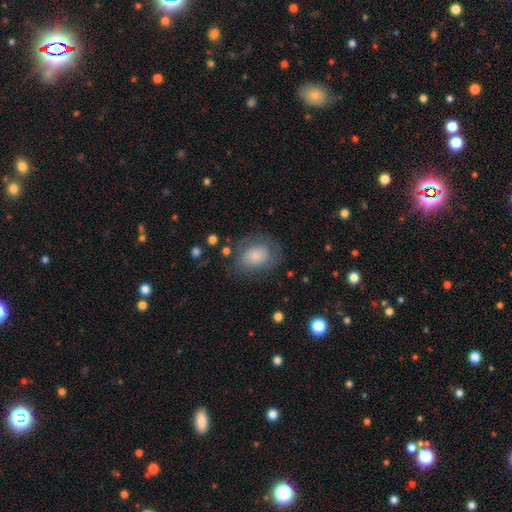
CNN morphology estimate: A smooth galaxy with no disk features (62%) that is in between round and cigar-shaped (60%).

Vote fractions:
- Smooth or featured? smooth: 62% / featured or disk: 29% / star or artifact: 9%
- How rounded? in between: 60% / round: 39% / cigar-shaped: 1%
- Merging? none: 66% / minor disturbance: 20% / major disturbance: 12% / merger: 2%